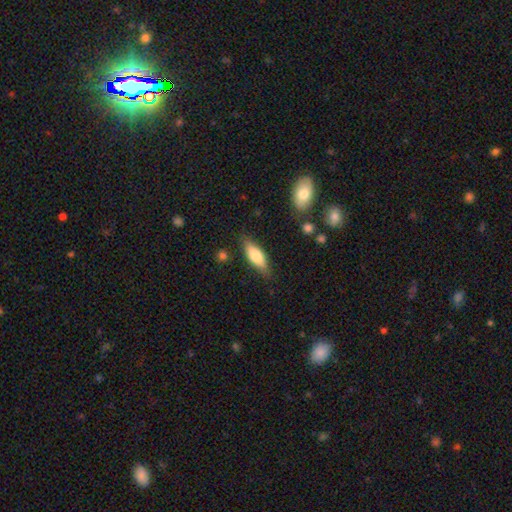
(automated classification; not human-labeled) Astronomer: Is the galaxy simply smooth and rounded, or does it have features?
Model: smooth — 68%.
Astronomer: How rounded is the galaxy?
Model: in between — 67%.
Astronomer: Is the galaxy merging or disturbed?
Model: none — 78%.